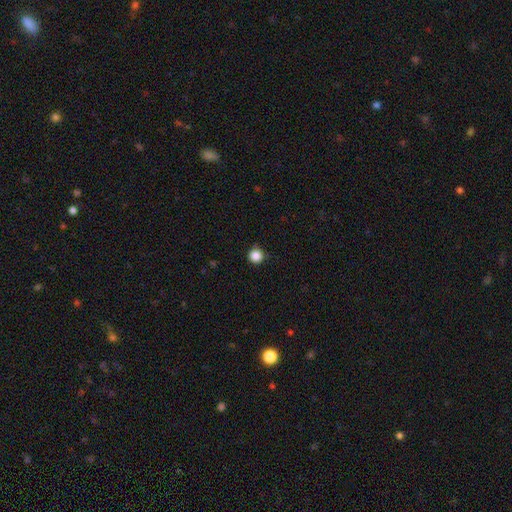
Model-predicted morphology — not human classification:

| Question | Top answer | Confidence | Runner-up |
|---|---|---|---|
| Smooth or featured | smooth | 85% | star or artifact (12%) |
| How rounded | round | 95% | in between (4%) |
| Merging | none | 89% | minor disturbance (8%) |